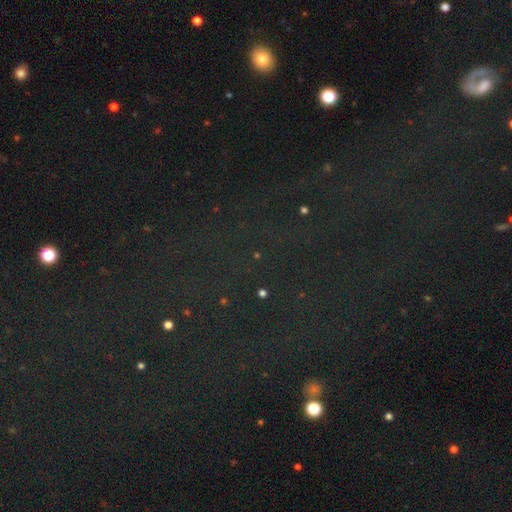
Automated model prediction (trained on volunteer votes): This appears to be a star or artifact, not a galaxy (78%).